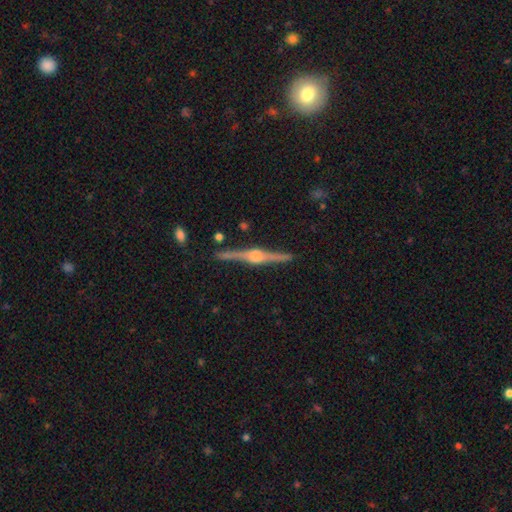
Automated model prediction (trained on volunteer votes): Smooth or featured? Predicted: featured or disk (p=0.88). Edge-on disk? Predicted: yes (p=0.99). Edge-on bulge? Predicted: rounded (p=0.93). Merging? Predicted: none (p=0.90).